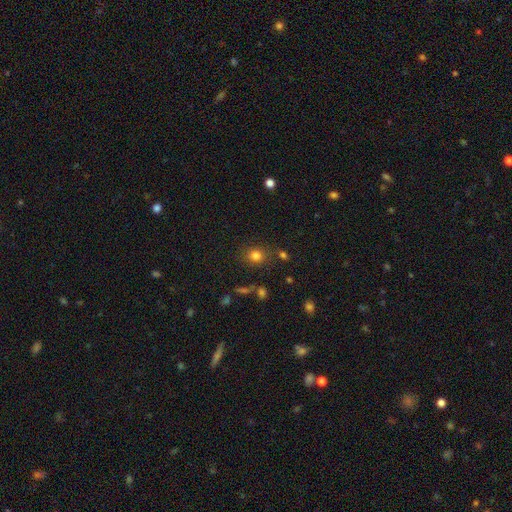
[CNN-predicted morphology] type=smooth (79%); roundness=round (70%); merging=none (79%).